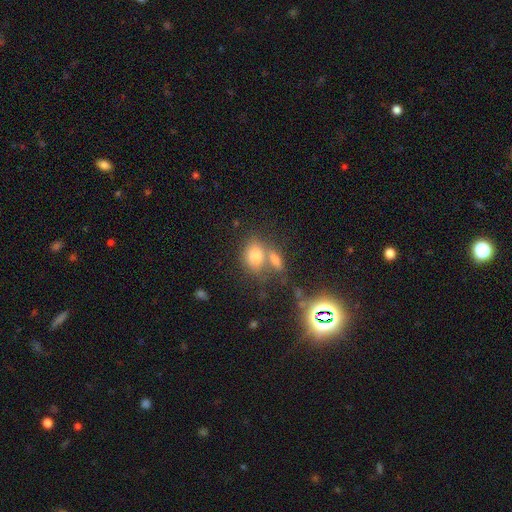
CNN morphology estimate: Overall: smooth (70%). How rounded: in between (63%; round 35%). Merging: none (45%; merger 39%).